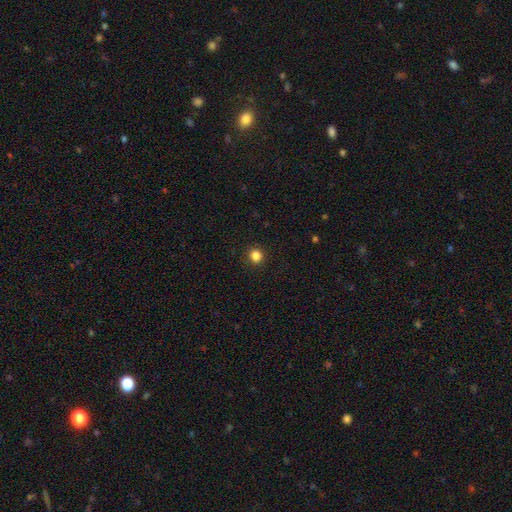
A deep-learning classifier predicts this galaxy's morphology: Q: Smooth or featured?
A: smooth (85%); runner-up: star or artifact (12%)
Q: How rounded?
A: round (88%); runner-up: in between (11%)
Q: Merging?
A: none (92%); runner-up: minor disturbance (5%)